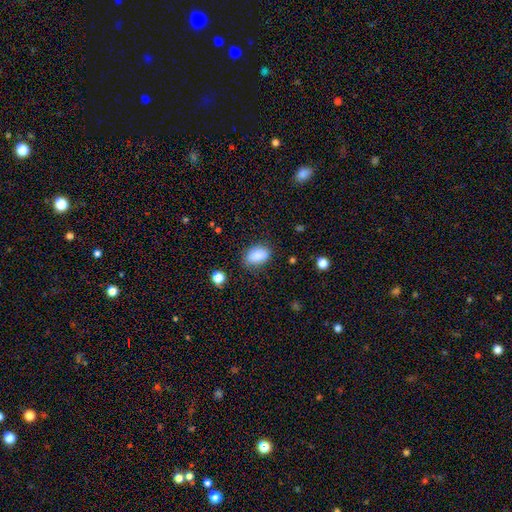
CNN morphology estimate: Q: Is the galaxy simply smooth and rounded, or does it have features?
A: smooth — 88%.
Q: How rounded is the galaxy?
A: in between — 88%.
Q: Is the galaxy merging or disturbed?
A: none — 79%.